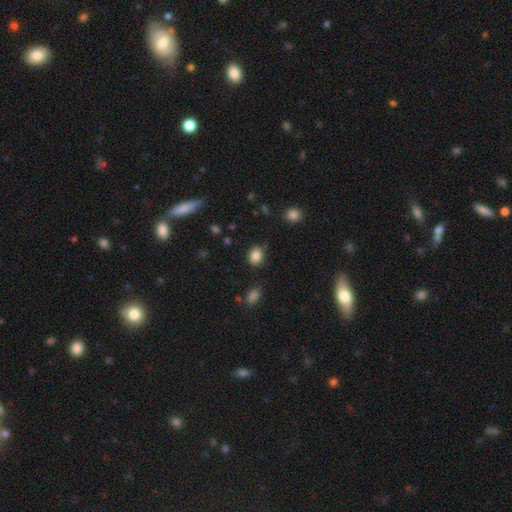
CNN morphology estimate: This is clearly a smooth galaxy (85%). How rounded: possibly round (49%, tied with in between). Merging: likely none (78%).